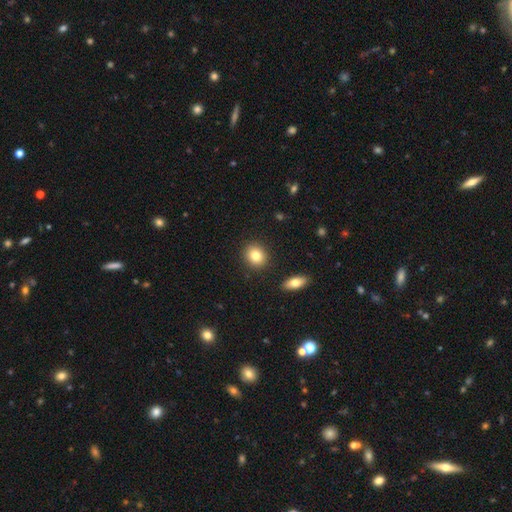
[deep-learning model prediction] Smooth or featured? Predicted: smooth (p=0.82). How rounded? Predicted: round (p=0.69). Merging? Predicted: none (p=0.88).